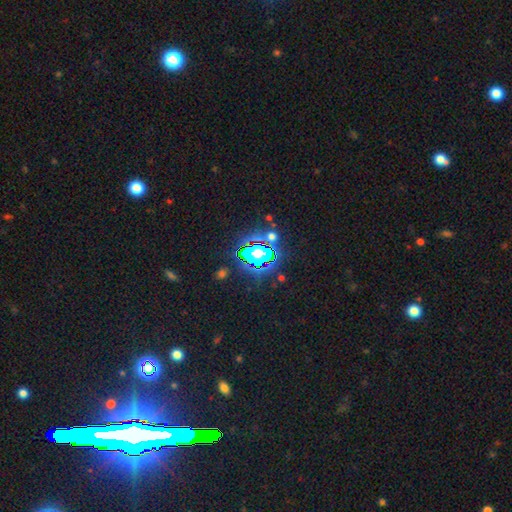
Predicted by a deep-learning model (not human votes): Q: Smooth or featured?
A: star or artifact (62%); runner-up: smooth (25%)